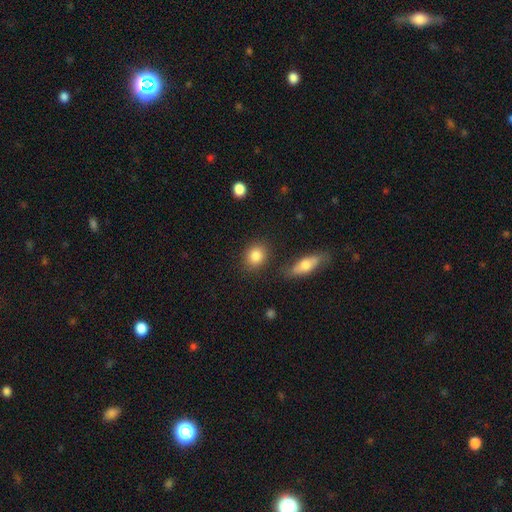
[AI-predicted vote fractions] Smooth or featured? smooth (86%)
How rounded? round (66%)
Merging? none (81%)